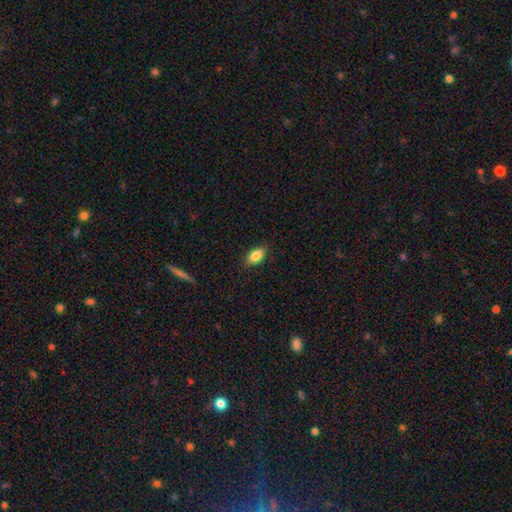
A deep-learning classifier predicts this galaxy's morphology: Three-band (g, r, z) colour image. It shows a smooth galaxy with no disk features (84%) that is in between round and cigar-shaped (88%). Merging: none (85%).